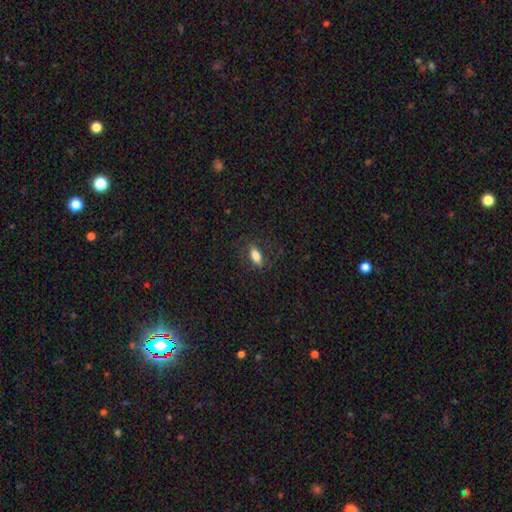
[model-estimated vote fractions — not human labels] Smooth or featured? smooth (78%)
How rounded? in between (75%)
Merging? none (81%)